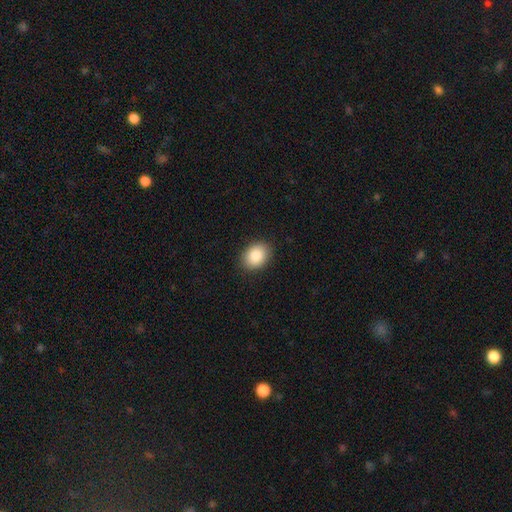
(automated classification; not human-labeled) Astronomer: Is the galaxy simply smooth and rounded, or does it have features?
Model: smooth — 87%.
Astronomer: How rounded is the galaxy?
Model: in between — 66%.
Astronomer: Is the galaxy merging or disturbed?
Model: none — 89%.